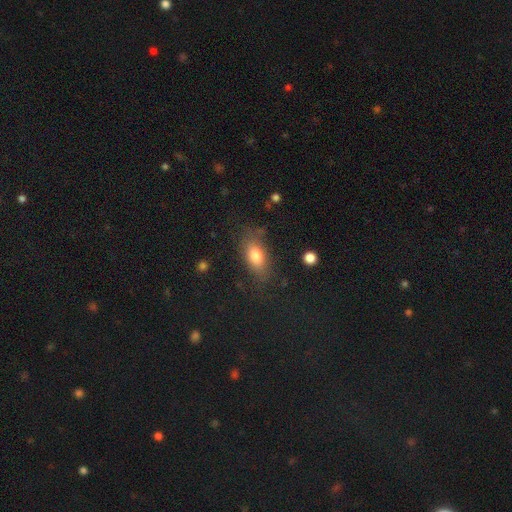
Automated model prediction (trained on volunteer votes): smooth_or_featured: smooth (p=0.78) [alt: featured or disk p=0.13]
how_rounded: in between (p=0.85) [alt: cigar-shaped p=0.09]
merging: none (p=0.73) [alt: minor disturbance p=0.17]